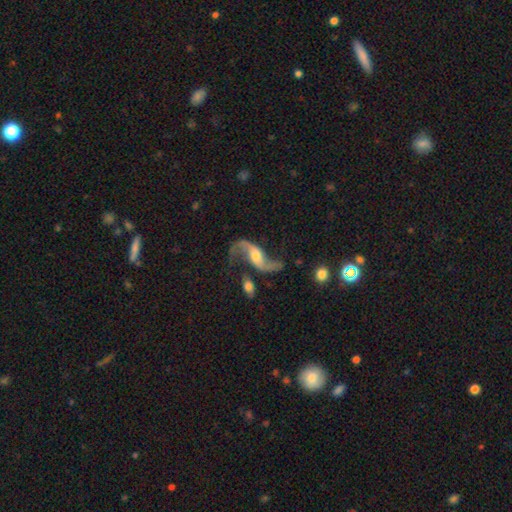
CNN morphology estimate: This appears to be a featured or disk galaxy (88%) with no bar (46%), 2 (93%) loose (88%) spiral arms (96%) and a moderate central bulge (52%). Merging: none (63%).